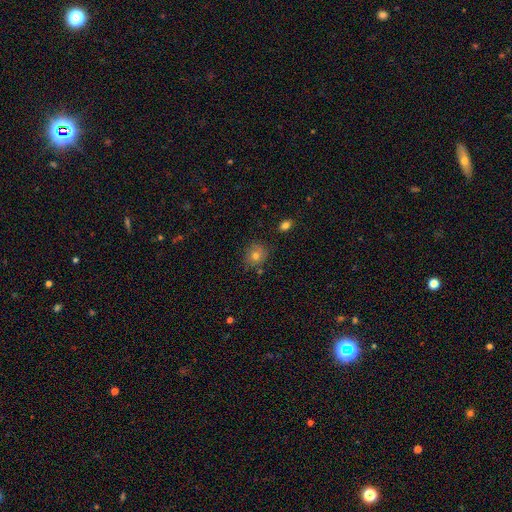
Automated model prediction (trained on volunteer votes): Smooth or featured?
  - smooth: 73% *
  - star or artifact: 14%
  - featured or disk: 13%
How rounded?
  - round: 78% *
  - in between: 21%
  - cigar-shaped: 1%
Merging?
  - none: 78% *
  - minor disturbance: 15%
  - major disturbance: 3%
  - merger: 3%